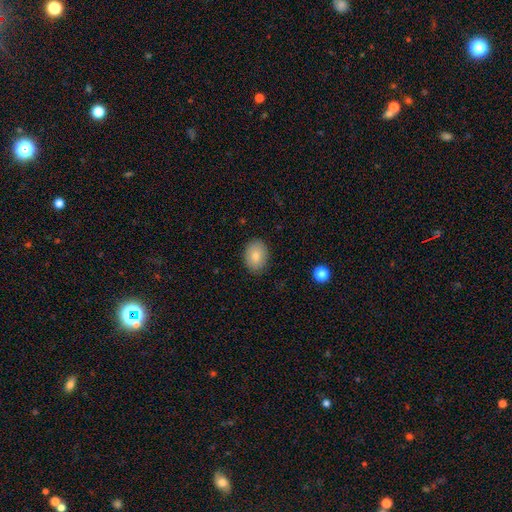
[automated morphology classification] Smooth or featured?
  - smooth: 83% *
  - featured or disk: 10%
  - star or artifact: 8%
How rounded?
  - in between: 69% *
  - round: 30%
  - cigar-shaped: 1%
Merging?
  - none: 86% *
  - minor disturbance: 11%
  - major disturbance: 3%
  - merger: 1%